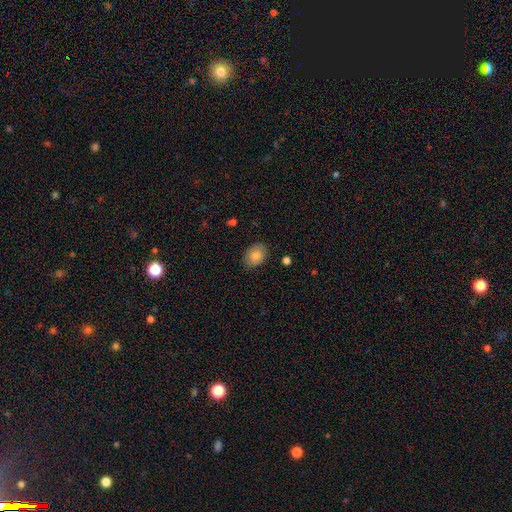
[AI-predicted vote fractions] Smooth or featured?
  - smooth: 83% *
  - featured or disk: 9%
  - star or artifact: 8%
How rounded?
  - in between: 72% *
  - round: 27%
  - cigar-shaped: 1%
Merging?
  - none: 85% *
  - minor disturbance: 11%
  - major disturbance: 3%
  - merger: 1%